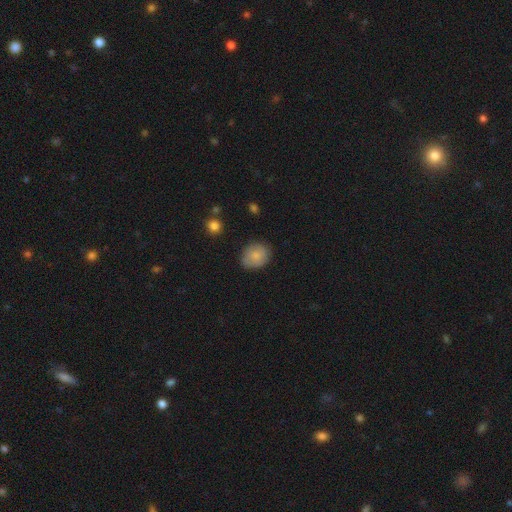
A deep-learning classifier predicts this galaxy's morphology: Smooth or featured: smooth — 79% (featured or disk — 14%)
How rounded: round — 62% (in between — 37%)
Merging: none — 76% (minor disturbance — 19%)